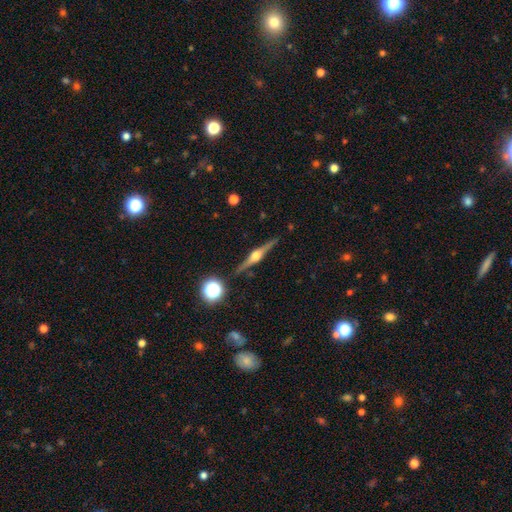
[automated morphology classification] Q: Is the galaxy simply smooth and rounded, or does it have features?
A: featured or disk — 83%.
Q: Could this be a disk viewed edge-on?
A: yes — 98%.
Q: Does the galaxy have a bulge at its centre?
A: rounded — 94%.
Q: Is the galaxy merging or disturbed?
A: none — 90%.